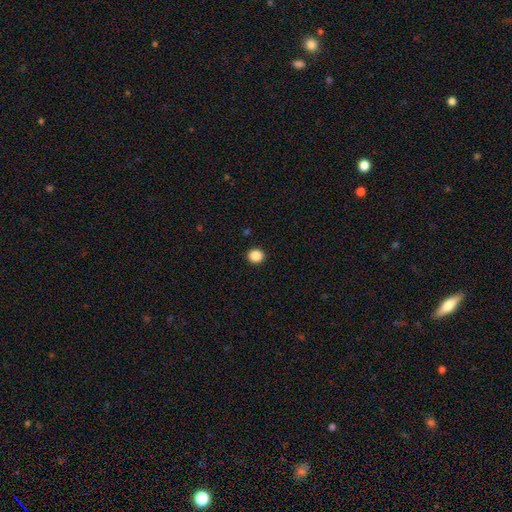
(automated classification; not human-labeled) Morphology: type=smooth (87%); roundness=round (87%); merging=none (93%).